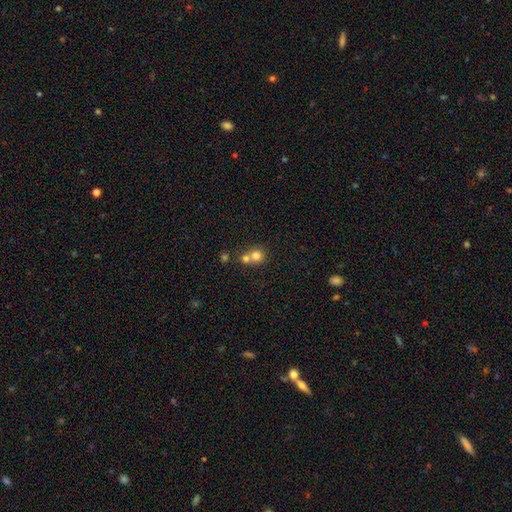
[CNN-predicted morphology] smooth_or_featured: smooth (p=0.77) [alt: star or artifact p=0.11]
how_rounded: round (p=0.85) [alt: in between p=0.15]
merging: merger (p=0.55) [alt: none p=0.37]